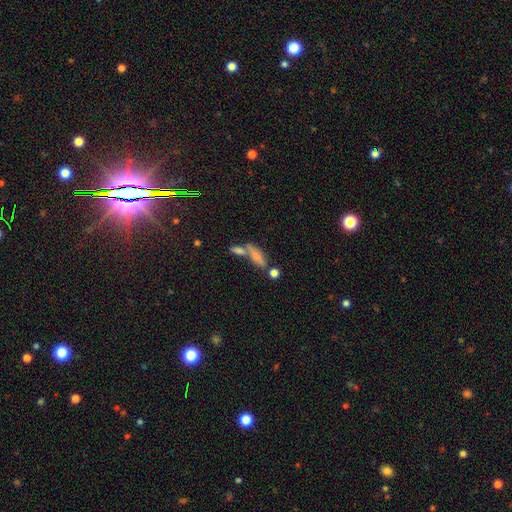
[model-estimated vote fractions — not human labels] The model was most divided on "how rounded": in between: 49%, cigar-shaped: 46%, round: 5%. Remaining: smooth or featured — smooth (71%); merging — merger (43%).